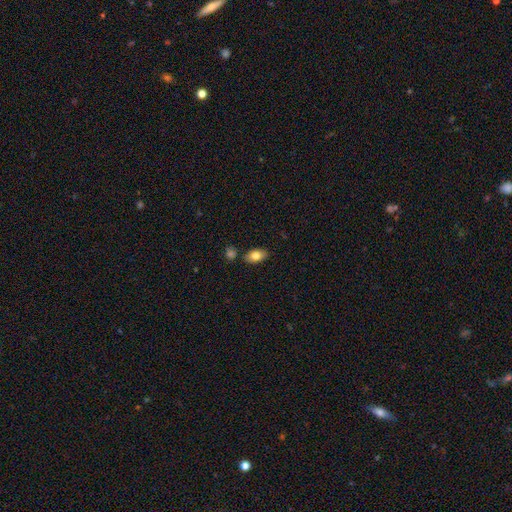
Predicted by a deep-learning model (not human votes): This is likely a smooth galaxy (79%). How rounded: clearly in between (91%). Merging: clearly none (80%).